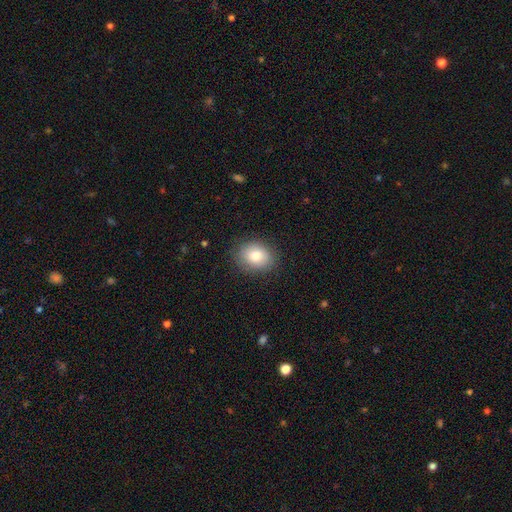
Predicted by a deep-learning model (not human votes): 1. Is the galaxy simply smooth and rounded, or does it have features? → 83% smooth, 9% featured or disk, 8% star or artifact.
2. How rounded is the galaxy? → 52% in between, 47% round, 1% cigar-shaped.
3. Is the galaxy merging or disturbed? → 85% none, 11% minor disturbance, 3% major disturbance, 1% merger.